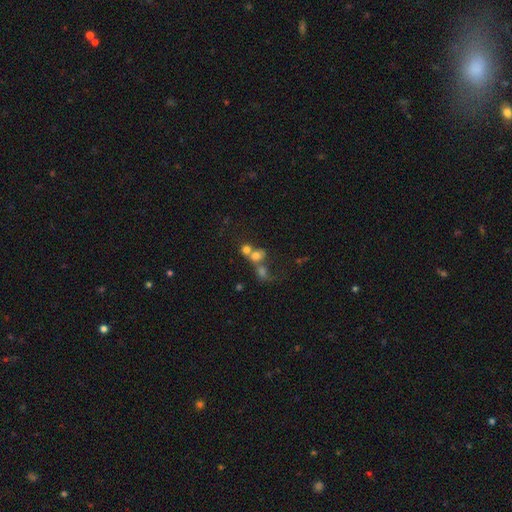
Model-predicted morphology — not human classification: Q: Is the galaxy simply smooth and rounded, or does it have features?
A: smooth — 65%.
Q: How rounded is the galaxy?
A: round — 66%.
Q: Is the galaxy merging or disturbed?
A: merger — 61%.